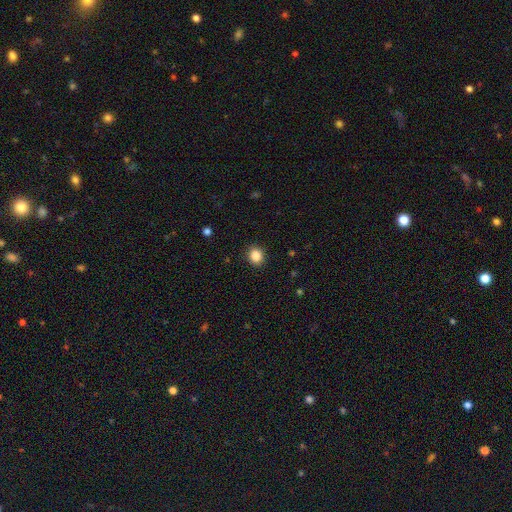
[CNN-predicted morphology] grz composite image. It shows a smooth galaxy with no disk features (86%) that is round (73%). Merging: none (90%).